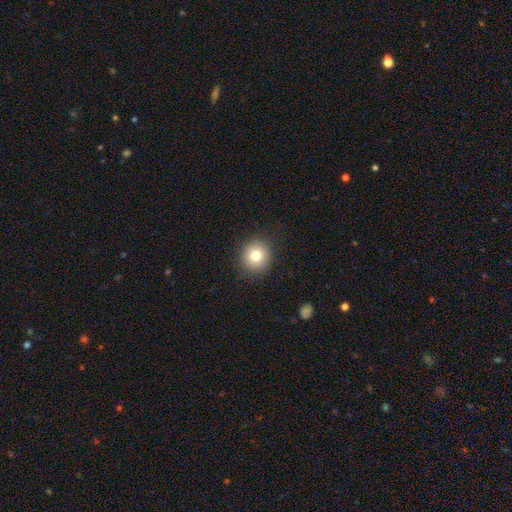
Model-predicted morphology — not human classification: Smooth or featured: smooth — 79% (star or artifact — 11%)
How rounded: round — 91% (in between — 8%)
Merging: none — 90% (minor disturbance — 7%)